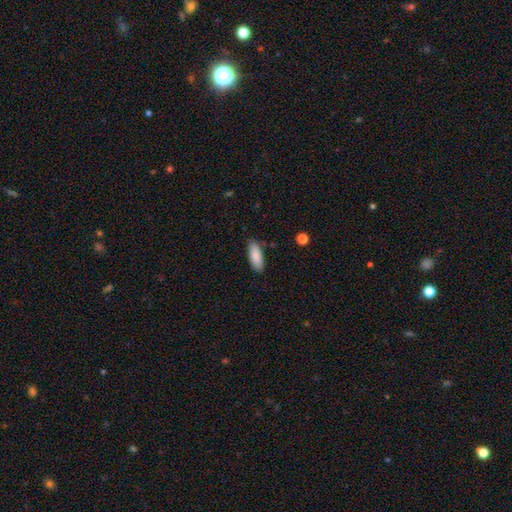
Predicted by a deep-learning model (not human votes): The model was most divided on "how rounded": in between: 74%, cigar-shaped: 25%, round: 2%. More confident: smooth or featured — smooth (88%); merging — none (85%).